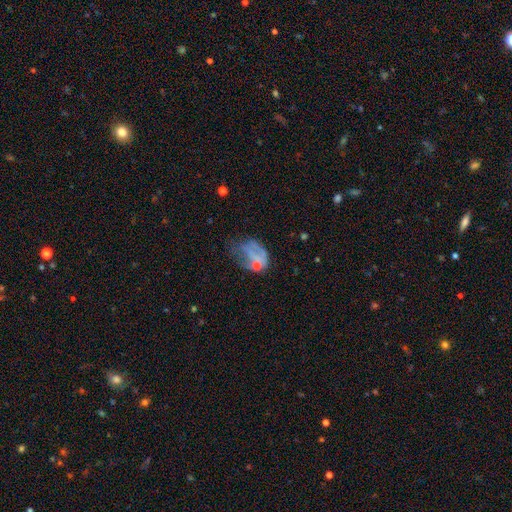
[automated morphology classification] smooth_or_featured: smooth (p=0.44) [alt: featured or disk p=0.42]
merging: major disturbance (p=0.46) [alt: minor disturbance p=0.23]